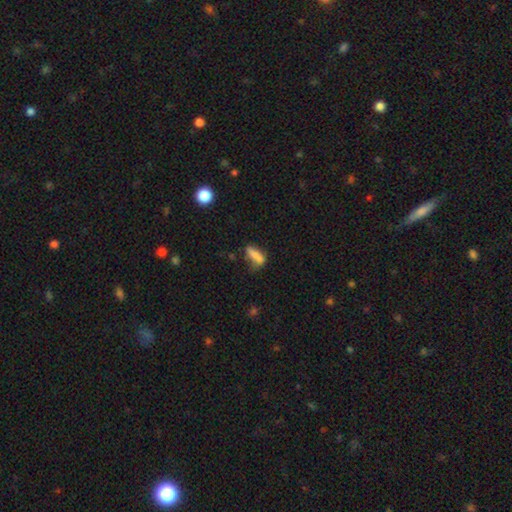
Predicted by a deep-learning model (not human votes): Smooth or featured? smooth (70%)
How rounded? in between (63%)
Merging? none (38%)